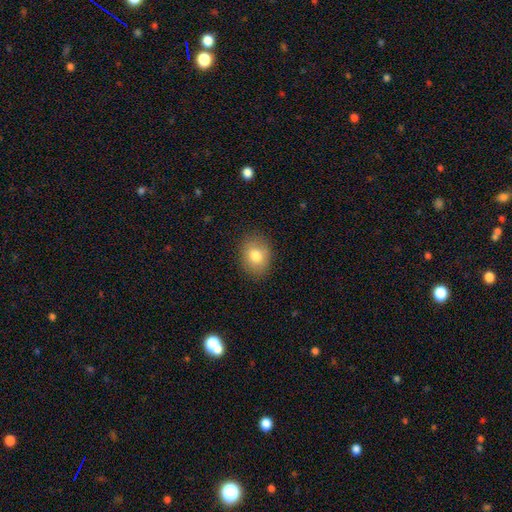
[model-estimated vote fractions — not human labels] Smooth or featured? smooth (80%)
How rounded? in between (58%)
Merging? none (86%)